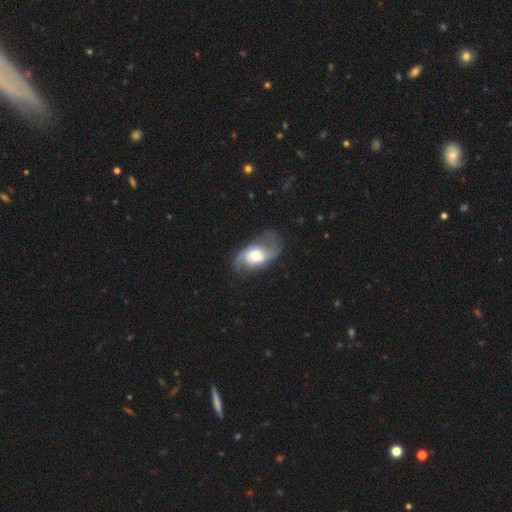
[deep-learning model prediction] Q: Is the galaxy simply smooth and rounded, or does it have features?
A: featured or disk — 73%.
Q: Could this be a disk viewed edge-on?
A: no — 95%.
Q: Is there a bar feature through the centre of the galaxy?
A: no — 61%.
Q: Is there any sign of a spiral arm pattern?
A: yes — 88%.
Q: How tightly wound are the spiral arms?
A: loose — 48%.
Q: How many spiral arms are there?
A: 2 — 84%.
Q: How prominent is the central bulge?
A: moderate — 61%.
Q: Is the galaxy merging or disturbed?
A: none — 62%.